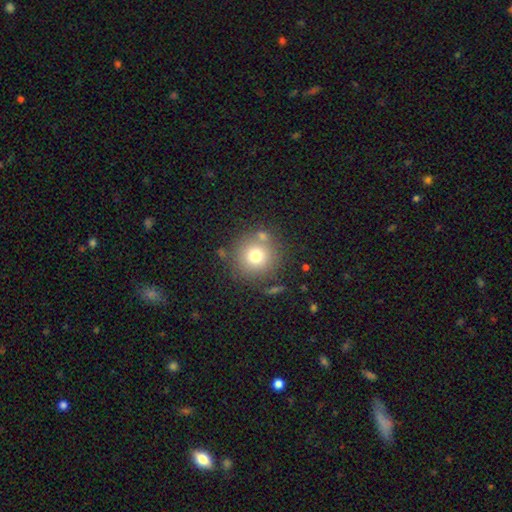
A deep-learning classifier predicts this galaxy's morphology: Smooth or featured?
  - smooth: 73% *
  - featured or disk: 14%
  - star or artifact: 13%
How rounded?
  - round: 94% *
  - in between: 5%
  - cigar-shaped: 1%
Merging?
  - none: 77% *
  - minor disturbance: 10%
  - merger: 8%
  - major disturbance: 4%